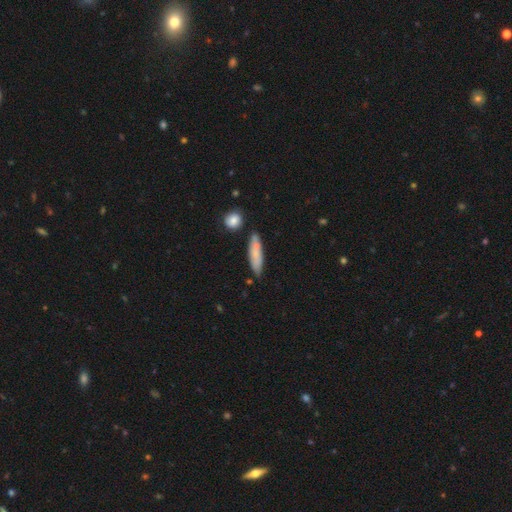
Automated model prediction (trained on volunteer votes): Smooth or featured? Predicted: smooth (p=0.71). How rounded? Predicted: cigar-shaped (p=0.62). Merging? Predicted: none (p=0.68).